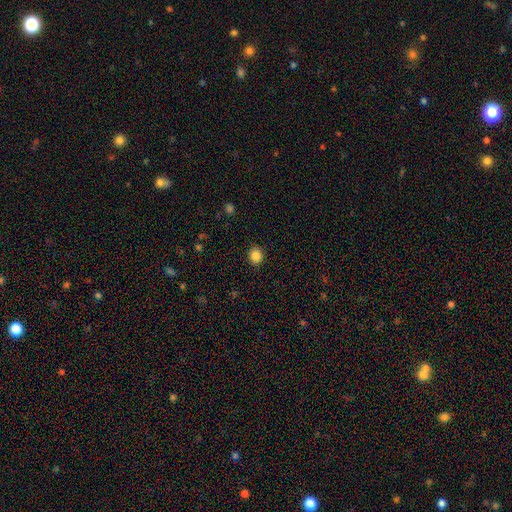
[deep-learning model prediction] A smooth galaxy with no disk features (86%) that is round (73%).

Vote fractions:
- Smooth or featured? smooth: 86% / star or artifact: 10% / featured or disk: 4%
- How rounded? round: 73% / in between: 26% / cigar-shaped: 1%
- Merging? none: 89% / minor disturbance: 7% / major disturbance: 2% / merger: 1%